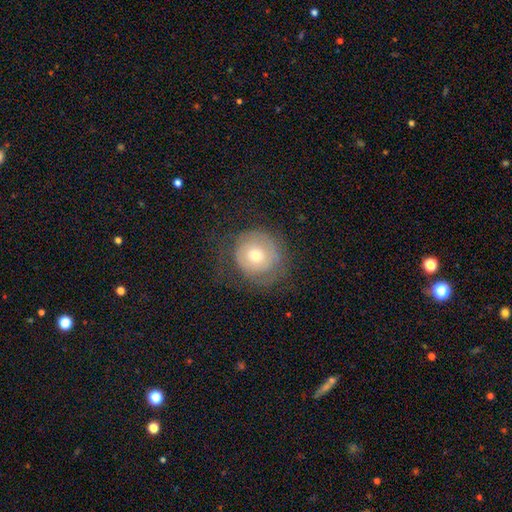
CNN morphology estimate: This appears to be a smooth galaxy with no disk features (50%). Merging: none (61%).